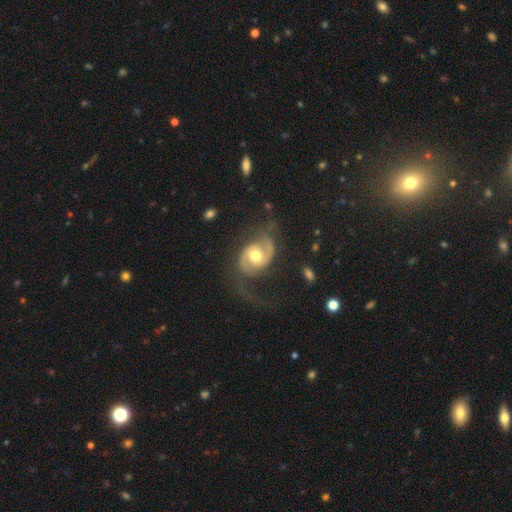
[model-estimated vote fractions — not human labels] The model was most divided on "spiral winding": medium: 47%, loose: 29%, tight: 24%. More confident: edge-on disk — no (97%); spiral arms — yes (95%); spiral arm count — 2 (89%); smooth or featured — featured or disk (85%); bulge size — moderate (74%); bar — no (62%); merging — none (57%).